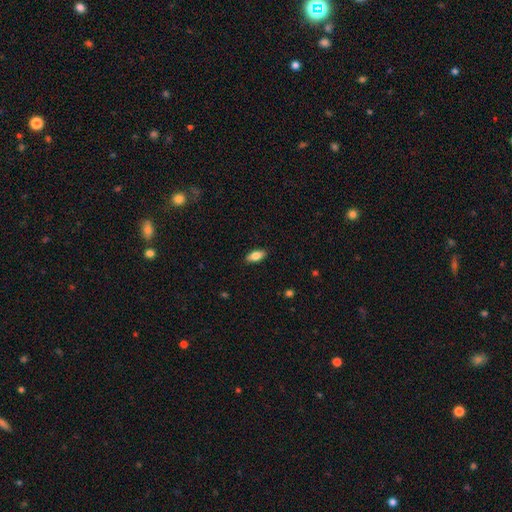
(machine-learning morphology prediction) smooth-or-featured: smooth: 80% | featured or disk: 13% | star or artifact: 7%
  how-rounded: in between: 85% | cigar-shaped: 12% | round: 3%
  merging: none: 88% | minor disturbance: 9% | major disturbance: 2% | merger: 1%